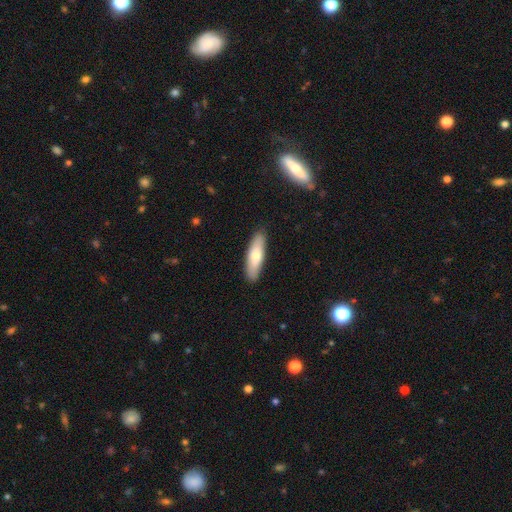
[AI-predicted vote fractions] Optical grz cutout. It shows a smooth galaxy with no disk features (70%) that is cigar-shaped (56%). Merging: none (89%).